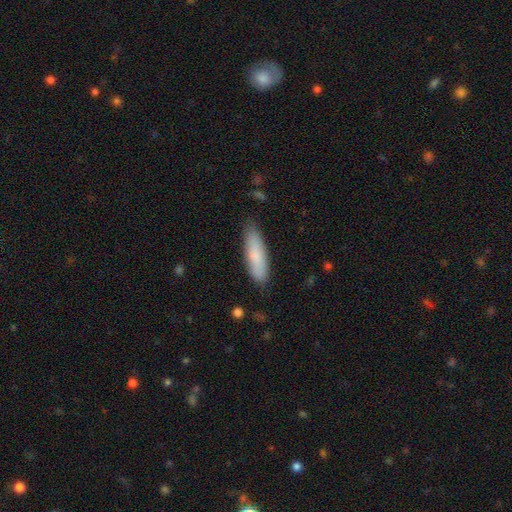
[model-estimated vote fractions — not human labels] The model was most divided on "how rounded": cigar-shaped: 63%, in between: 36%, round: 1%. More confident: merging — none (81%); smooth or featured — smooth (81%).